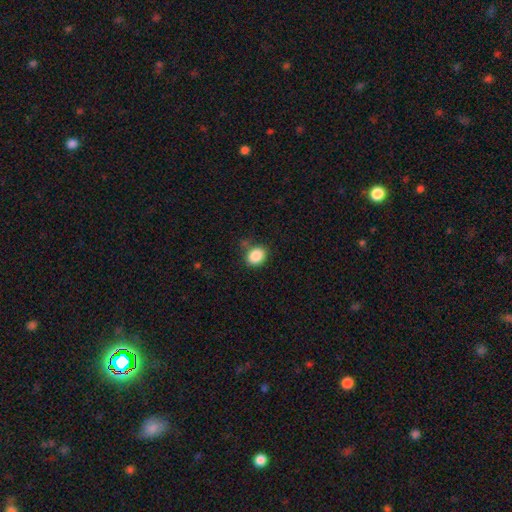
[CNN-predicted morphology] A smooth galaxy with no disk features (87%) that is round (50%).

Vote fractions:
- Smooth or featured? smooth: 87% / star or artifact: 9% / featured or disk: 4%
- How rounded? round: 50% / in between: 49% / cigar-shaped: 1%
- Merging? none: 74% / minor disturbance: 18% / major disturbance: 5% / merger: 4%